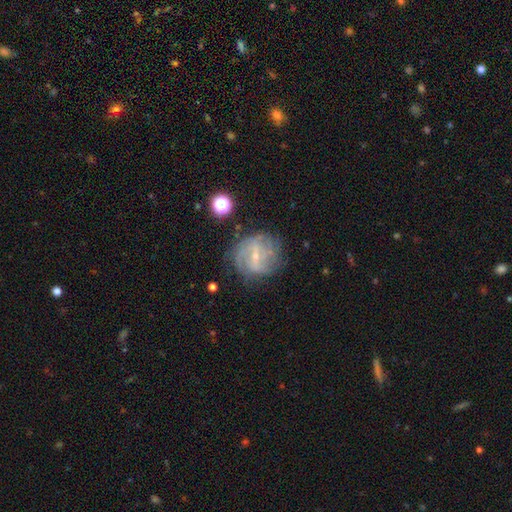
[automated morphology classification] The model was most divided on "spiral winding": tight: 50%, medium: 36%, loose: 14%. Remaining: edge-on disk — no (97%); spiral arms — yes (90%); smooth or featured — featured or disk (80%); bulge size — small (71%); merging — none (71%); bar — weak (53%); spiral arm count — can't tell (40%).